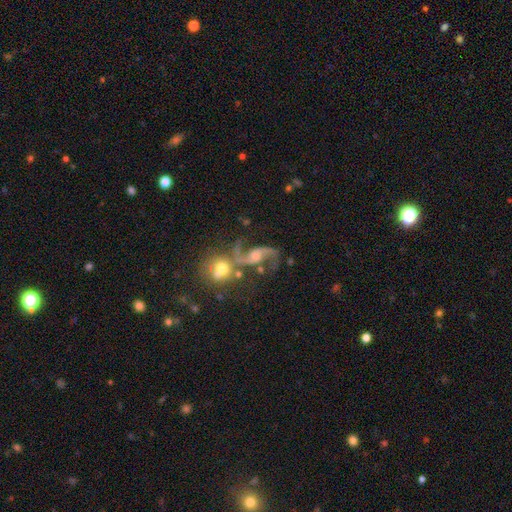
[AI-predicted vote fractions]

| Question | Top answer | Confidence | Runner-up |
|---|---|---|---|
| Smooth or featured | featured or disk | 85% | smooth (9%) |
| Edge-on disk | no | 97% | yes (3%) |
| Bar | no | 52% | weak (38%) |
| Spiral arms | yes | 95% | no (5%) |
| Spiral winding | loose | 81% | medium (16%) |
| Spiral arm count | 2 | 92% | 1 (3%) |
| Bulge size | moderate | 36% | small (27%) |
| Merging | none | 52% | merger (19%) |